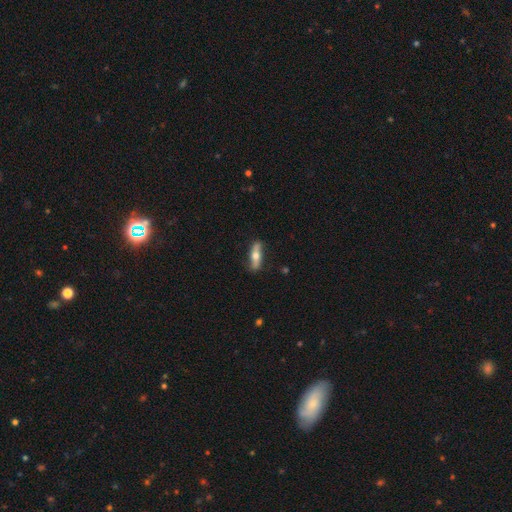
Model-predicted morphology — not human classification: smooth_or_featured: featured or disk (p=0.49) [alt: smooth p=0.45]
merging: none (p=0.83) [alt: minor disturbance p=0.13]